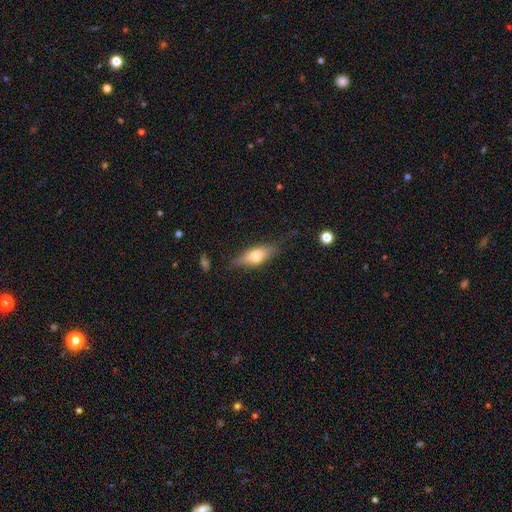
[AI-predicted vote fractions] The model was most divided on "smooth or featured": smooth: 55%, featured or disk: 38%, star or artifact: 7%. More confident: merging — none (72%); how rounded — in between (63%).